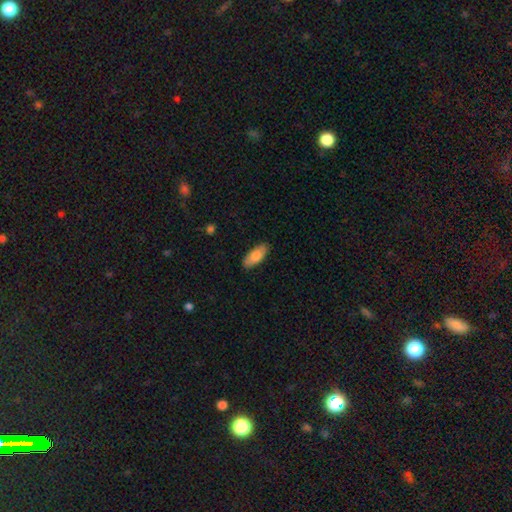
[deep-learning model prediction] Smooth or featured? smooth (77%)
How rounded? in between (84%)
Merging? none (86%)